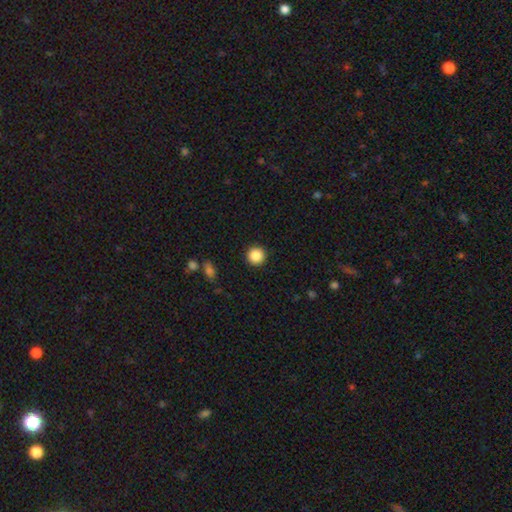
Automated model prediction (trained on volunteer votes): Smooth or featured? Predicted: smooth (p=0.87). How rounded? Predicted: round (p=0.96). Merging? Predicted: none (p=0.92).